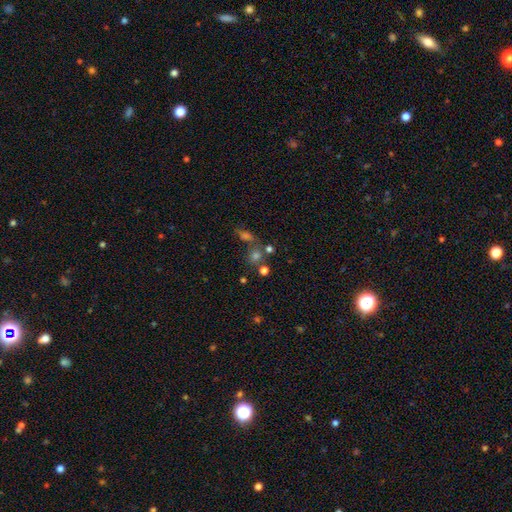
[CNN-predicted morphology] smooth-or-featured: smooth: 54% | star or artifact: 33% | featured or disk: 13%
  how-rounded: round: 76% | in between: 22% | cigar-shaped: 3%
  merging: none: 55% | merger: 29% | minor disturbance: 10% | major disturbance: 6%